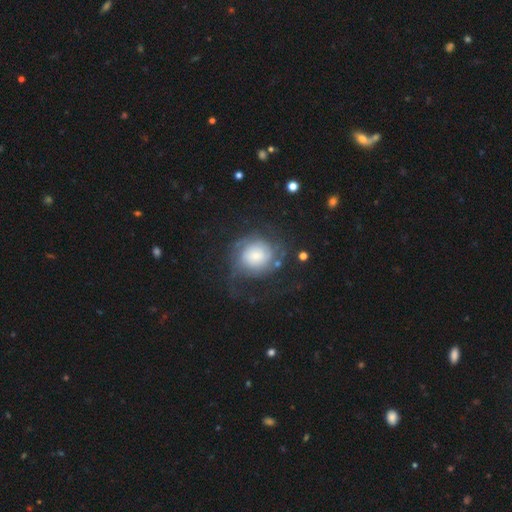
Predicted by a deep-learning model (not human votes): featured or disk 59%, smooth 32%, star or artifact 9%. Down the decision tree: edge-on disk — no (98%); bar — no (78%); spiral arms — yes (84%); bulge size — small (31%); merging — none (54%).